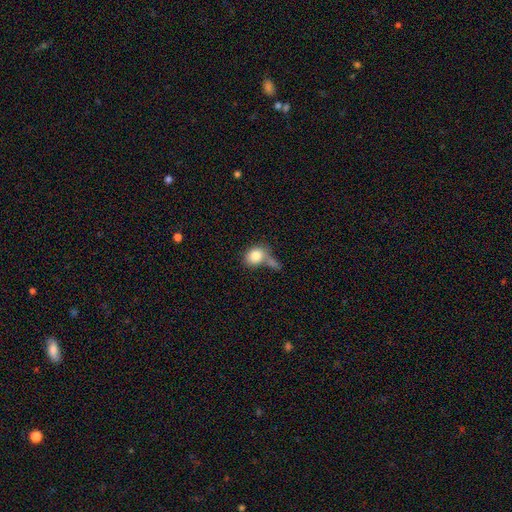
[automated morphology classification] A smooth galaxy with no disk features (81%) that is in between round and cigar-shaped (55%).

Vote fractions:
- Smooth or featured? smooth: 81% / featured or disk: 11% / star or artifact: 8%
- How rounded? in between: 55% / round: 43% / cigar-shaped: 2%
- Merging? merger: 34% / none: 33% / minor disturbance: 17% / major disturbance: 16%